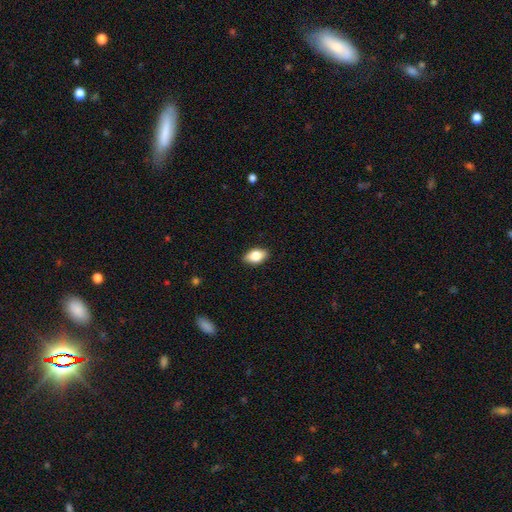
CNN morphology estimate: Smooth or featured? Predicted: smooth (p=0.77). How rounded? Predicted: in between (p=0.88). Merging? Predicted: none (p=0.88).